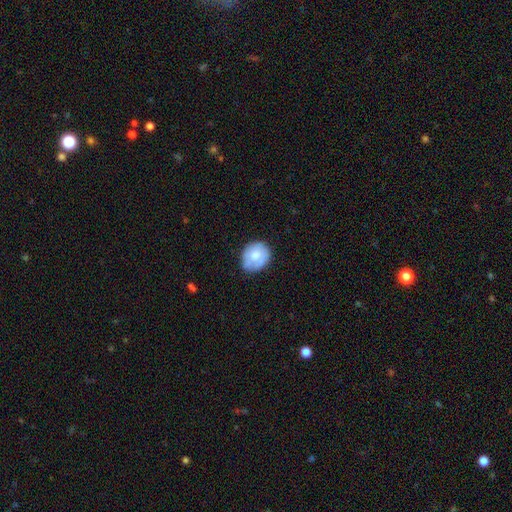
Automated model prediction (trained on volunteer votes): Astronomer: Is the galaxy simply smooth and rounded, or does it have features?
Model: smooth — 67%.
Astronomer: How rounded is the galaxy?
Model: round — 68%.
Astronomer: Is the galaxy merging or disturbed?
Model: none — 70%.